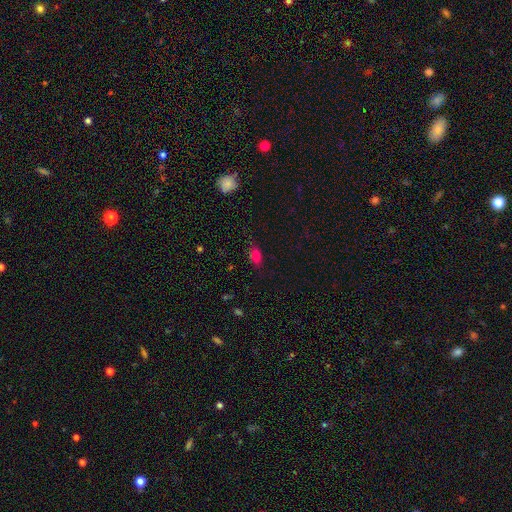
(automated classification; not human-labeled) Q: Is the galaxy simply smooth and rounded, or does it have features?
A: smooth — 73%.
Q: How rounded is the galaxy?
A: in between — 84%.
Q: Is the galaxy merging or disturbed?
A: none — 75%.